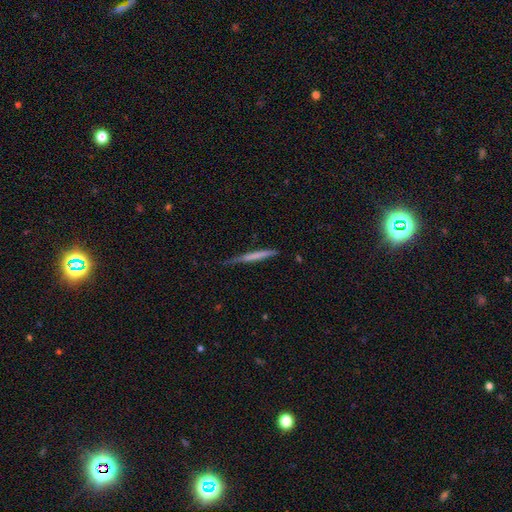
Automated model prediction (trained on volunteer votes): smooth_or_featured: smooth (p=0.56) [alt: featured or disk p=0.38]
how_rounded: cigar-shaped (p=0.96) [alt: in between p=0.03]
merging: none (p=0.71) [alt: minor disturbance p=0.23]